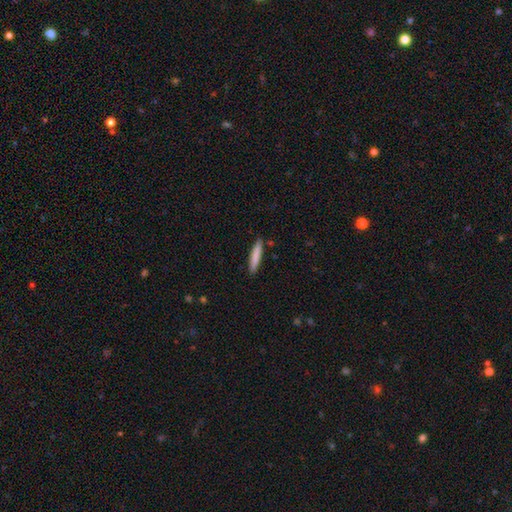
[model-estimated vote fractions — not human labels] smooth 81%, featured or disk 13%, star or artifact 6%. Down the decision tree: how rounded — cigar-shaped (91%); merging — none (88%).